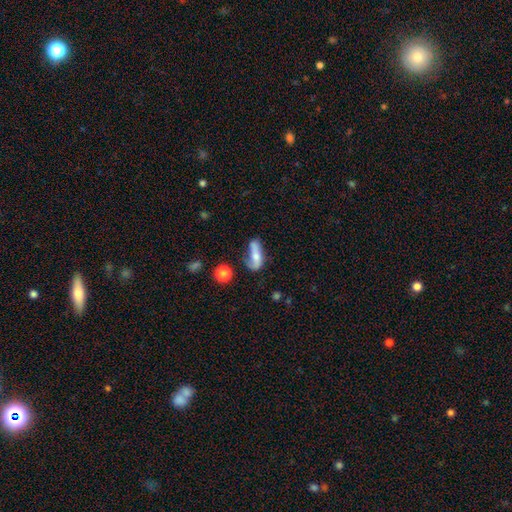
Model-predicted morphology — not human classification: type=smooth (48%); merging=none (40%).